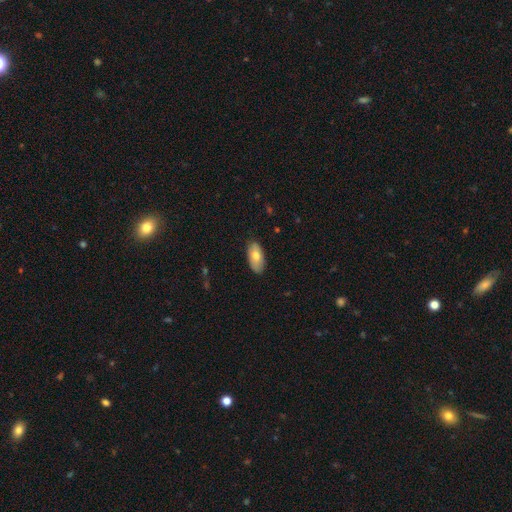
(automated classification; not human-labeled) Overall: smooth (72%). How rounded: in between (92%). Merging: none (83%).